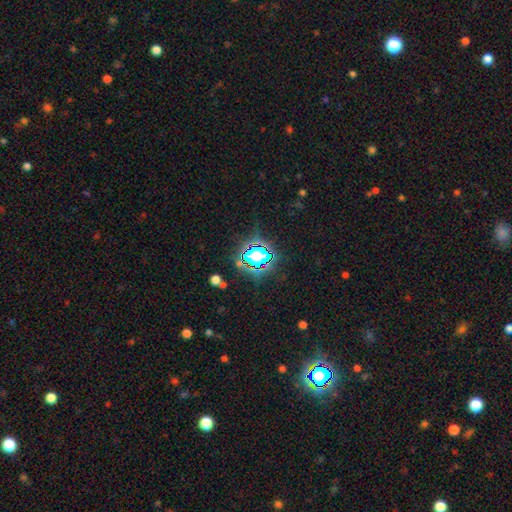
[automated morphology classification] Overall: star or artifact (66%).